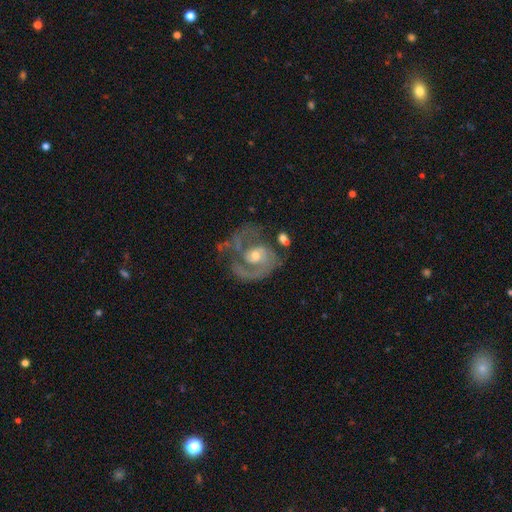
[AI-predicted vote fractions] Morphology: type=featured or disk (85%); edge-on=no (98%); bar=no (63%); spiral arms=yes (91%); winding=medium (44%); arm count=2 (48%); bulge=moderate (51%); merging=none (42%).